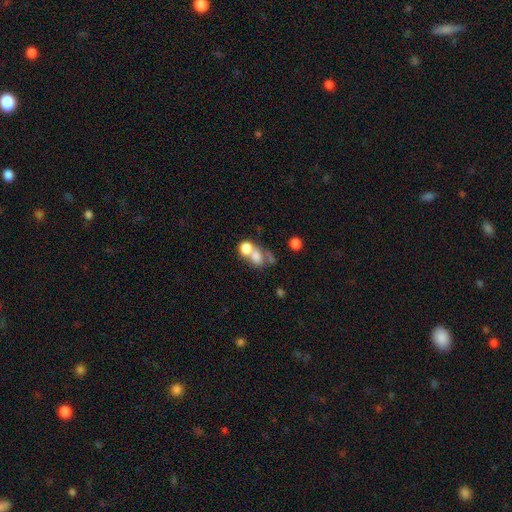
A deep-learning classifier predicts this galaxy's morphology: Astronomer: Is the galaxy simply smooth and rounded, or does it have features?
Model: smooth — 68%.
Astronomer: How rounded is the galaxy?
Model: in between — 51% (runner-up: round, 47%).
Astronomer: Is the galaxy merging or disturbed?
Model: merger — 61%.